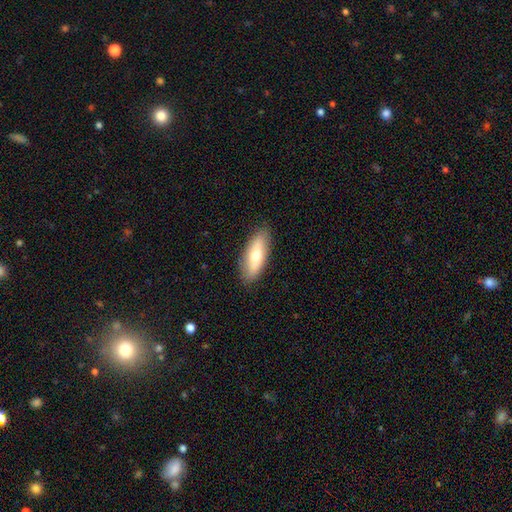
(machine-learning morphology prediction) Smooth or featured?
  - smooth: 67% *
  - featured or disk: 27%
  - star or artifact: 6%
How rounded?
  - in between: 67% *
  - cigar-shaped: 30%
  - round: 2%
Merging?
  - none: 88% *
  - minor disturbance: 9%
  - major disturbance: 2%
  - merger: 1%